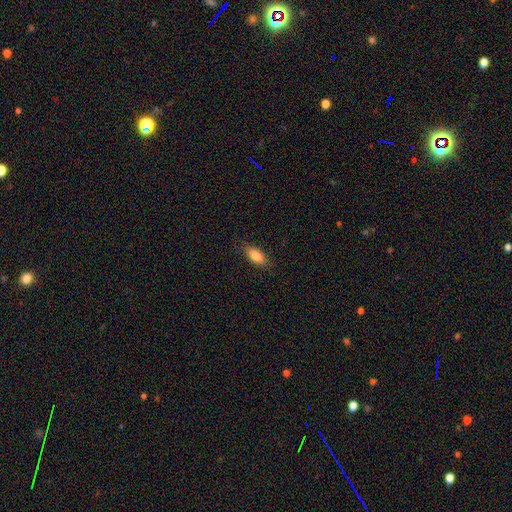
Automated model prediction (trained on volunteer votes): This is clearly a smooth galaxy (84%). How rounded: clearly in between (85%). Merging: clearly none (84%).